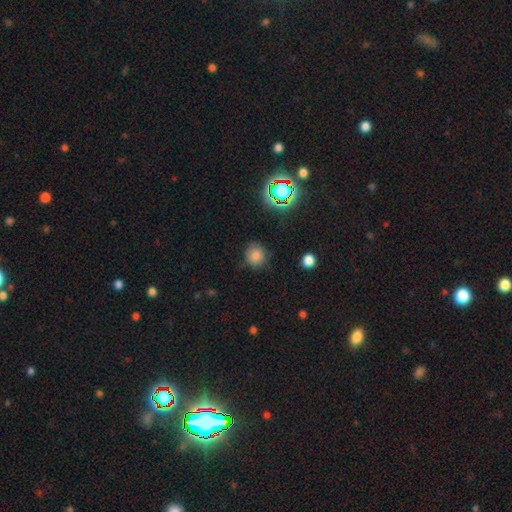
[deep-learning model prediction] Smooth or featured? Predicted: smooth (p=0.77). How rounded? Predicted: round (p=0.87). Merging? Predicted: none (p=0.79).